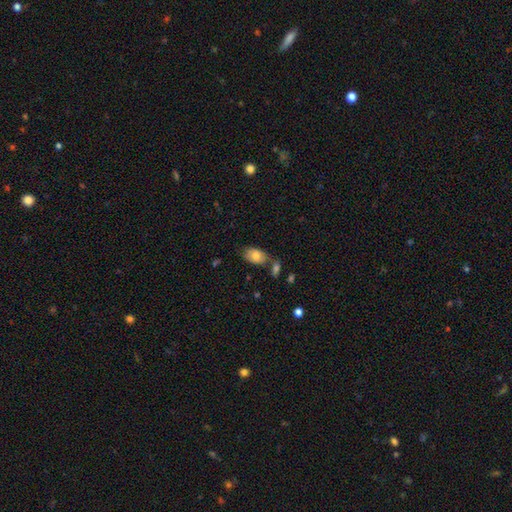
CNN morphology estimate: type=smooth (80%); roundness=in between (91%); merging=none (62%).